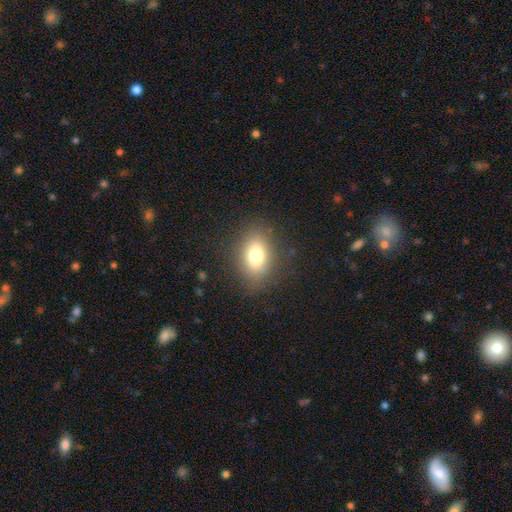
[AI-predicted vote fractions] Smooth or featured?
  - smooth: 77% *
  - featured or disk: 12%
  - star or artifact: 11%
How rounded?
  - in between: 75% *
  - round: 23%
  - cigar-shaped: 2%
Merging?
  - none: 83% *
  - minor disturbance: 11%
  - major disturbance: 5%
  - merger: 1%